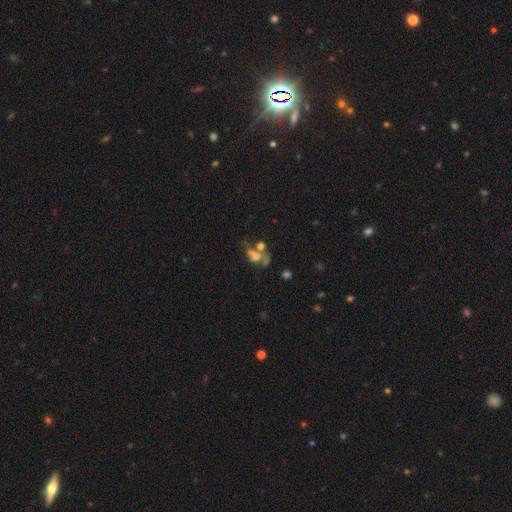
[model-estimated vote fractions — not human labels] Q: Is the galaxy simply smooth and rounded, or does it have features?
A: smooth — 43%.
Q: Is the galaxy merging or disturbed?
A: merger — 42%.